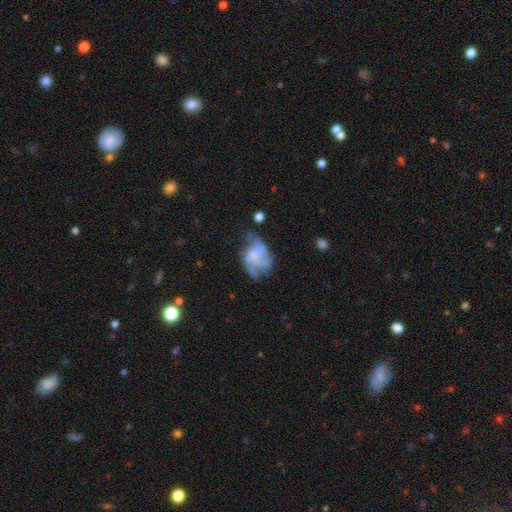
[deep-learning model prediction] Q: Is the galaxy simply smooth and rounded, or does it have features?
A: featured or disk — 62%.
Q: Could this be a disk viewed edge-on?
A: no — 98%.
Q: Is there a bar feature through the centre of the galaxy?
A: no — 76%.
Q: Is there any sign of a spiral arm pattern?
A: yes — 68%.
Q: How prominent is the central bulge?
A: none — 52%.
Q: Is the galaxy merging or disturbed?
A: none — 37%.